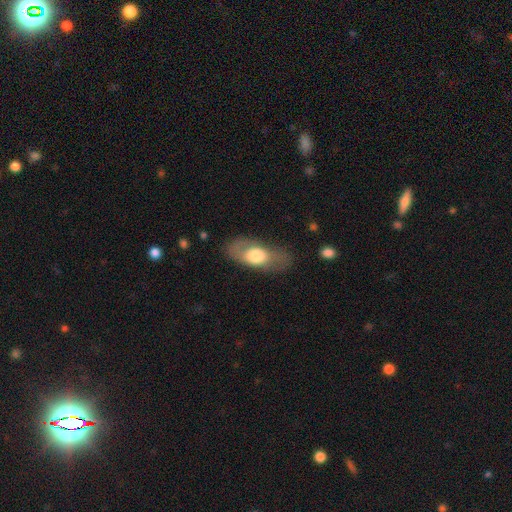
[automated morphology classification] smooth_or_featured: smooth (p=0.58) [alt: featured or disk p=0.35]
how_rounded: in between (p=0.84) [alt: cigar-shaped p=0.09]
merging: none (p=0.67) [alt: minor disturbance p=0.20]